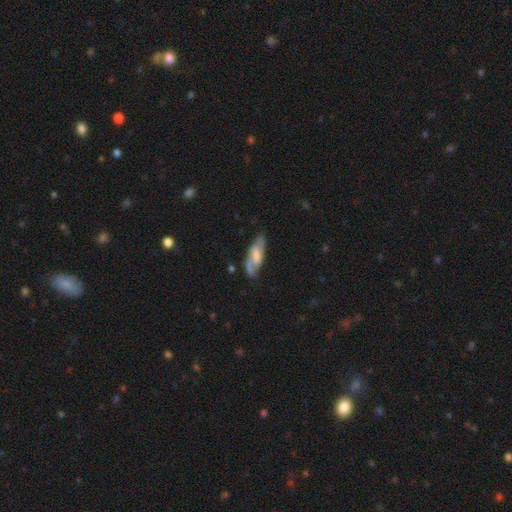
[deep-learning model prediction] This appears to be a featured or disk galaxy (65%) with a weak bar (45%), spiral arms (86%) and a moderate central bulge (40%). Merging: none (71%).